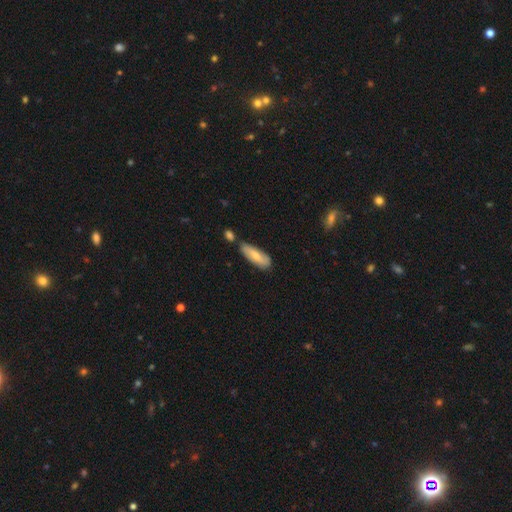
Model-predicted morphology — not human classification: Q: Smooth or featured?
A: smooth (68%); runner-up: featured or disk (26%)
Q: How rounded?
A: in between (64%); runner-up: cigar-shaped (34%)
Q: Merging?
A: none (59%); runner-up: minor disturbance (22%)